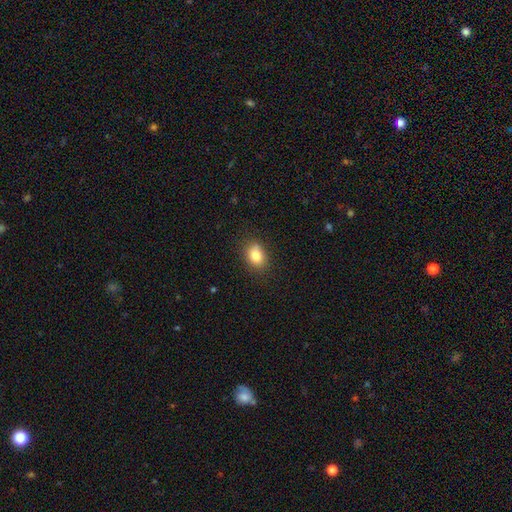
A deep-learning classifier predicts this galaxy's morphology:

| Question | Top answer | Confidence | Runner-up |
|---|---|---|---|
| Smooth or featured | smooth | 82% | star or artifact (10%) |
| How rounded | in between | 68% | round (30%) |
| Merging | none | 83% | minor disturbance (13%) |